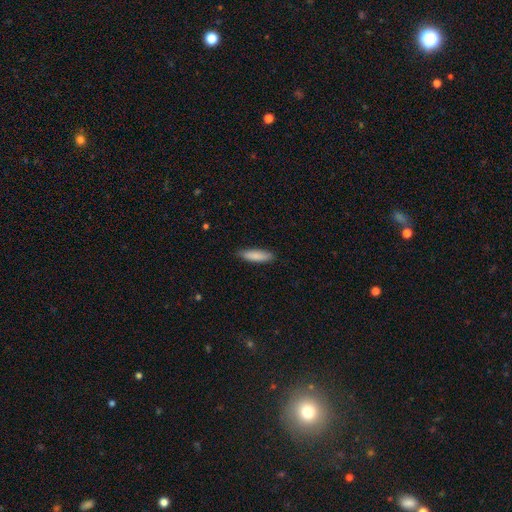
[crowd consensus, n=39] Volunteers were most divided on "how rounded": cigar-shaped: 56%, in between: 42%, round: 3%. More confident: smooth or featured — smooth (92%); merging — none (84%).